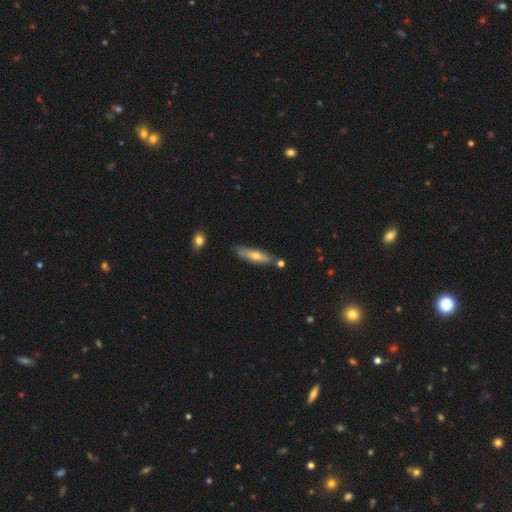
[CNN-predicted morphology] A smooth galaxy with no disk features (57%) that is cigar-shaped (73%).

Vote fractions:
- Smooth or featured? smooth: 57% / featured or disk: 37% / star or artifact: 7%
- How rounded? cigar-shaped: 73% / in between: 25% / round: 2%
- Merging? none: 77% / minor disturbance: 14% / merger: 6% / major disturbance: 2%